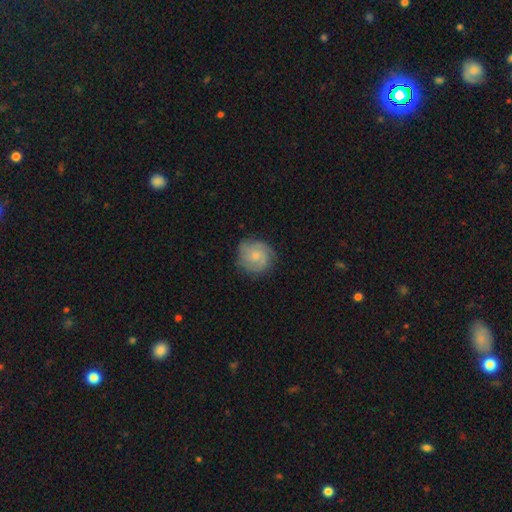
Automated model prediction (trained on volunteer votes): Morphology: type=featured or disk (58%); edge-on=no (98%); bar=no (77%); spiral arms=yes (91%); winding=tight (60%); arm count=3 (30%); bulge=small (61%); merging=none (78%).